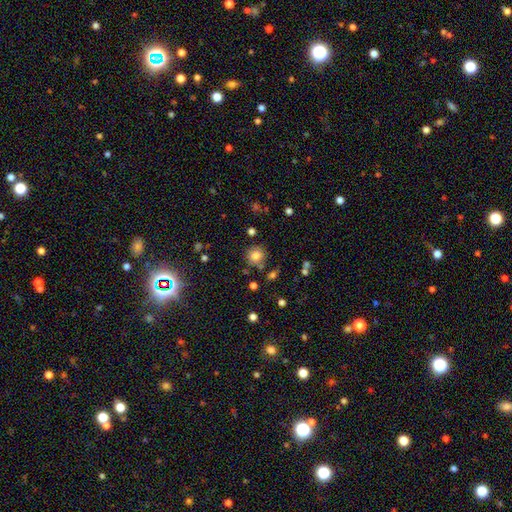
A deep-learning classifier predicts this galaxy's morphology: Smooth or featured?
  - smooth: 80% *
  - star or artifact: 13%
  - featured or disk: 7%
How rounded?
  - round: 92% *
  - in between: 7%
  - cigar-shaped: 1%
Merging?
  - none: 80% *
  - minor disturbance: 10%
  - merger: 6%
  - major disturbance: 3%